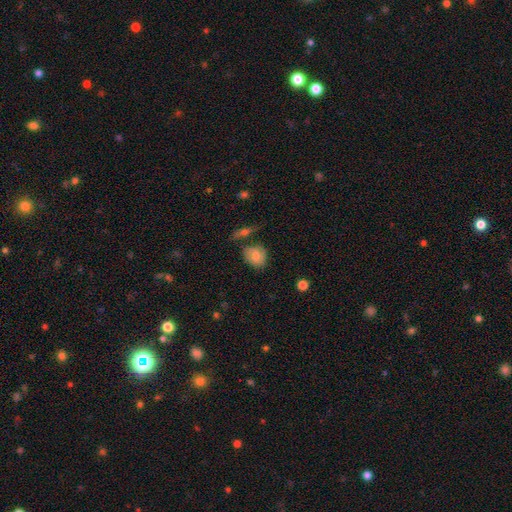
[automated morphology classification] type=smooth (69%); roundness=round (59%); merging=none (56%).